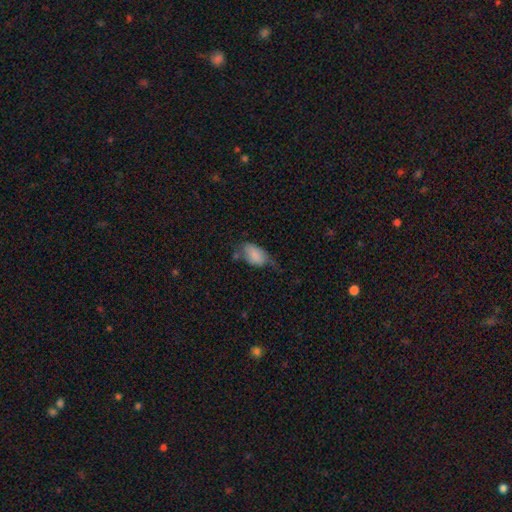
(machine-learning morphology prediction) A smooth galaxy with no disk features (77%) that is in between round and cigar-shaped (91%).

Vote fractions:
- Smooth or featured? smooth: 77% / featured or disk: 15% / star or artifact: 8%
- How rounded? in between: 91% / round: 7% / cigar-shaped: 2%
- Merging? minor disturbance: 37% / none: 31% / major disturbance: 25% / merger: 7%